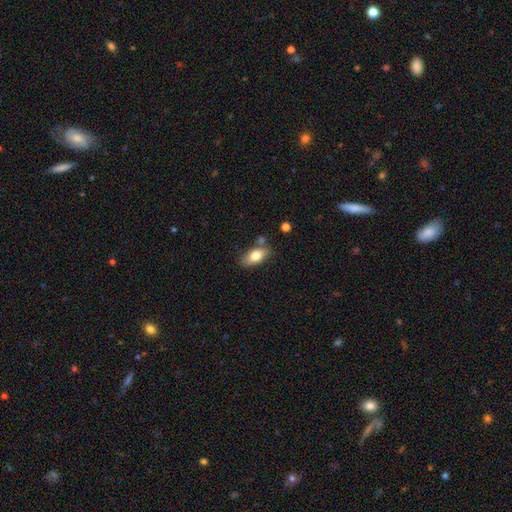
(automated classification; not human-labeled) Smooth or featured: smooth — 75% (featured or disk — 18%)
How rounded: in between — 86% (cigar-shaped — 8%)
Merging: none — 70% (minor disturbance — 16%)